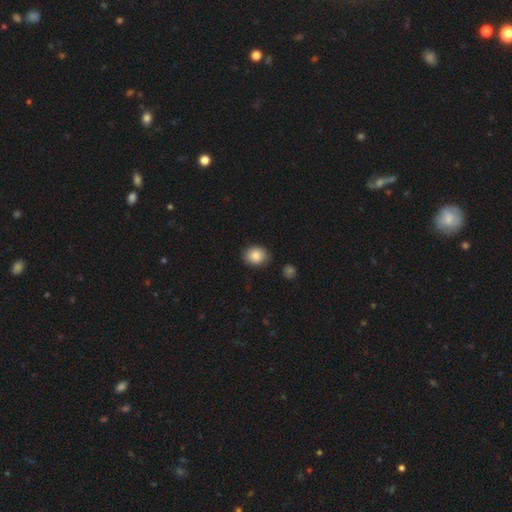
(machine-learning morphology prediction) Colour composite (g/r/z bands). It shows a smooth galaxy with no disk features (87%) that is round (58%). Merging: none (85%).